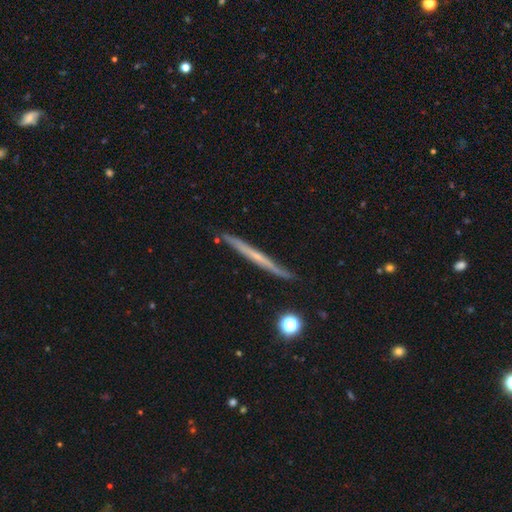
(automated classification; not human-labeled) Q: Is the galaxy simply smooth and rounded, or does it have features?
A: featured or disk — 61%.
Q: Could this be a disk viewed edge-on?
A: yes — 97%.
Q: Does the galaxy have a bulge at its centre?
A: none — 72%.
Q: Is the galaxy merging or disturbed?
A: none — 88%.